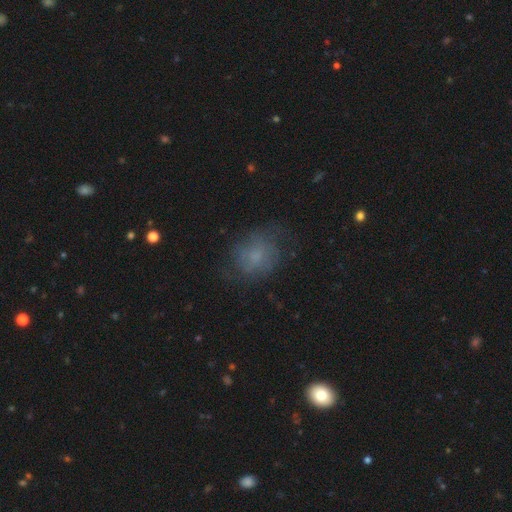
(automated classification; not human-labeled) This is possibly a smooth galaxy (58%). How rounded: possibly round (56%). Merging: possibly none (60%).